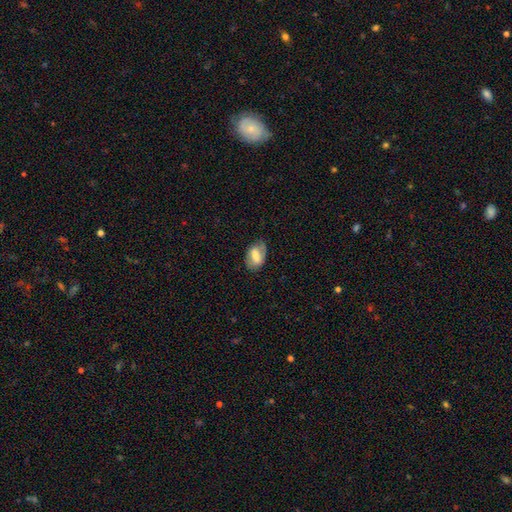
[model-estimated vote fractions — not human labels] A smooth galaxy with no disk features (54%) that is in between round and cigar-shaped (88%). Merging: none (67%).